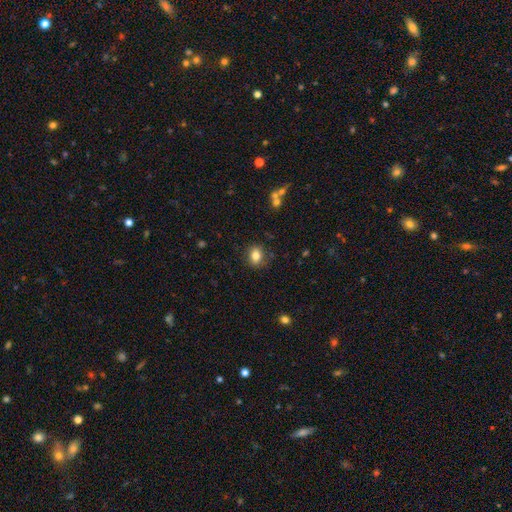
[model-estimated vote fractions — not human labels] This appears to be a smooth galaxy with no disk features (81%) that is in between round and cigar-shaped (51%). Merging: none (84%).